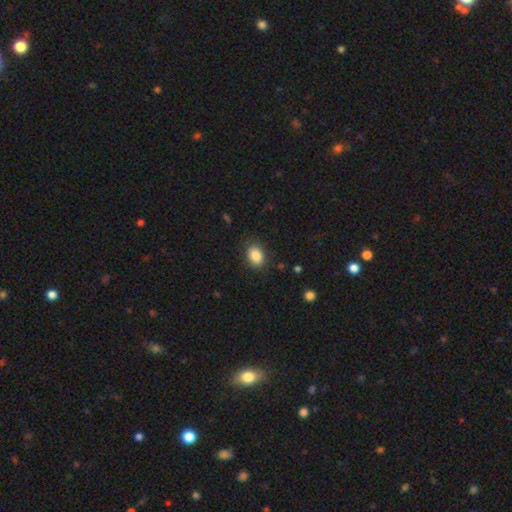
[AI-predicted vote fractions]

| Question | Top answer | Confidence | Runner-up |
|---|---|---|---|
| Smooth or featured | smooth | 86% | star or artifact (8%) |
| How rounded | in between | 76% | round (23%) |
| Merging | none | 84% | minor disturbance (11%) |